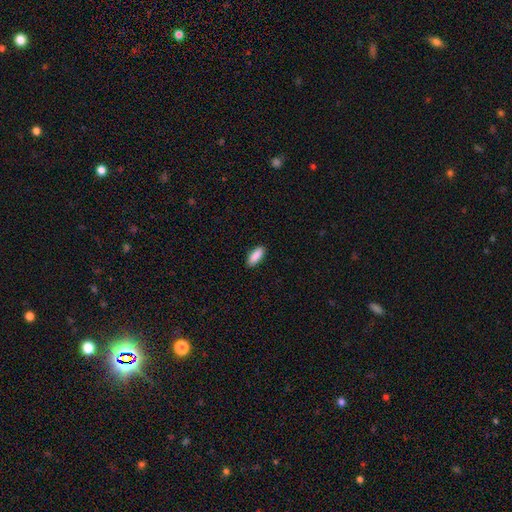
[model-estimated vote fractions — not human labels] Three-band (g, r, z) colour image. It shows a smooth galaxy with no disk features (90%) that is in between round and cigar-shaped (78%). Merging: none (88%).